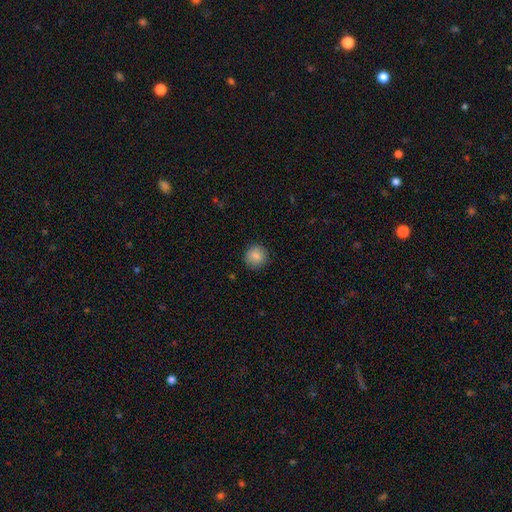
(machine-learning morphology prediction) A smooth galaxy with no disk features (86%) that is round (93%). Merging: none (88%).